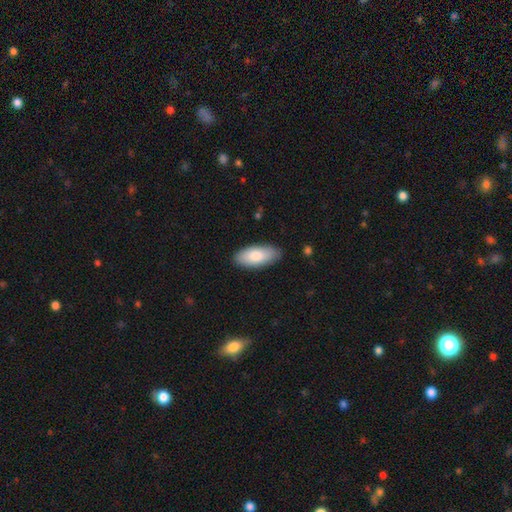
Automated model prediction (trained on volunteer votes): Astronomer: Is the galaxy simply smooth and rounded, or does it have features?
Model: smooth — 81%.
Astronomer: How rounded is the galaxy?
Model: in between — 87%.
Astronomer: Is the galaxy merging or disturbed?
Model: none — 87%.